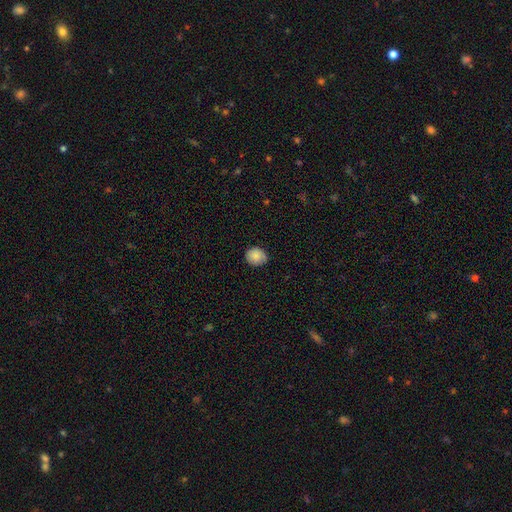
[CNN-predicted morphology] Smooth or featured?
  - smooth: 85% *
  - star or artifact: 8%
  - featured or disk: 7%
How rounded?
  - round: 77% *
  - in between: 22%
  - cigar-shaped: 1%
Merging?
  - none: 79% *
  - minor disturbance: 17%
  - major disturbance: 3%
  - merger: 1%